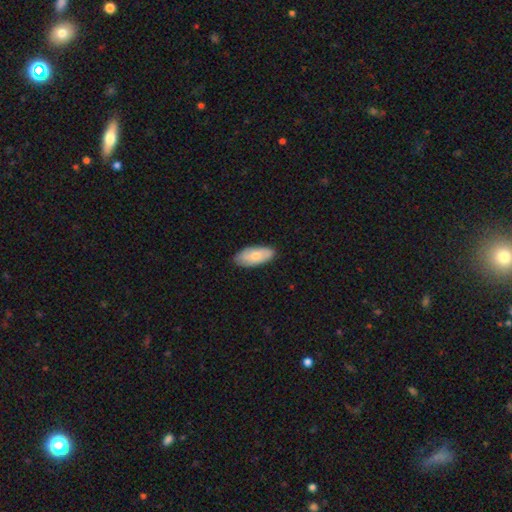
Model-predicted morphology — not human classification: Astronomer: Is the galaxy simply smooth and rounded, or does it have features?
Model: smooth — 70%.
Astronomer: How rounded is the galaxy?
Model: in between — 89%.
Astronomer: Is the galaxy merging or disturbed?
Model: none — 83%.